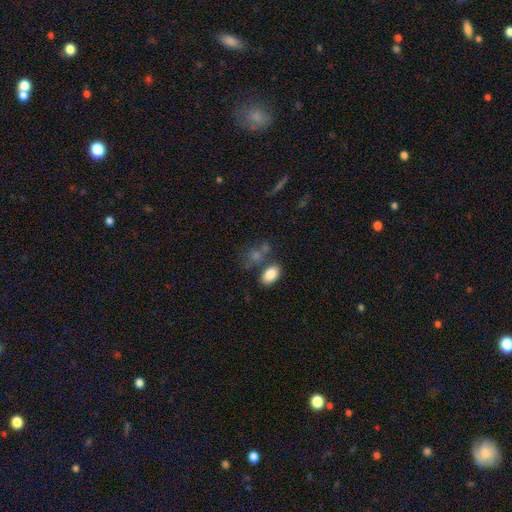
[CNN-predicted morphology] Smooth or featured: smooth — 75% (star or artifact — 14%)
How rounded: in between — 77% (round — 21%)
Merging: none — 58% (merger — 23%)